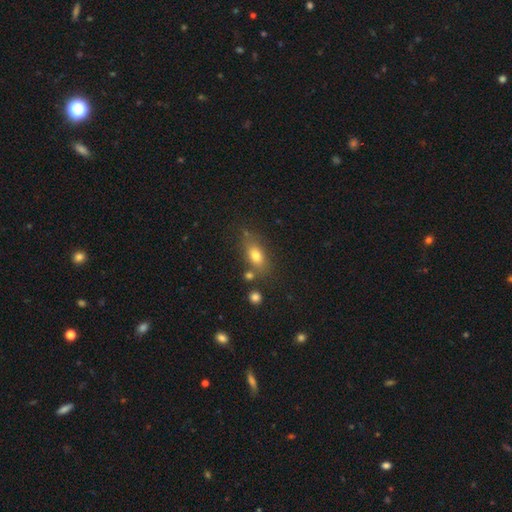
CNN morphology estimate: Q: Smooth or featured?
A: smooth (75%); runner-up: featured or disk (14%)
Q: How rounded?
A: in between (78%); runner-up: round (13%)
Q: Merging?
A: none (67%); runner-up: minor disturbance (16%)